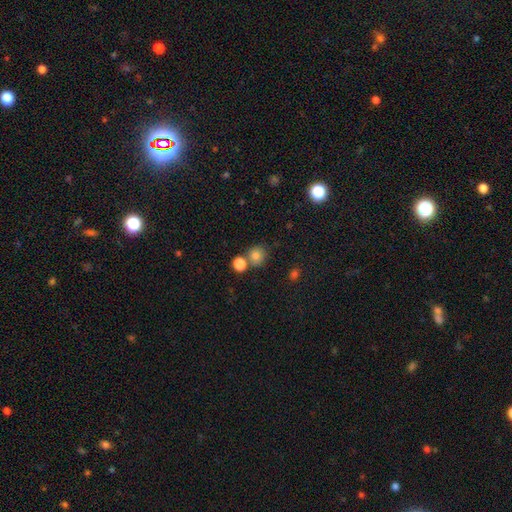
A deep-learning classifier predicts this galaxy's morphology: This is clearly a smooth galaxy (81%). How rounded: clearly round (85%). Merging: likely none (64%).